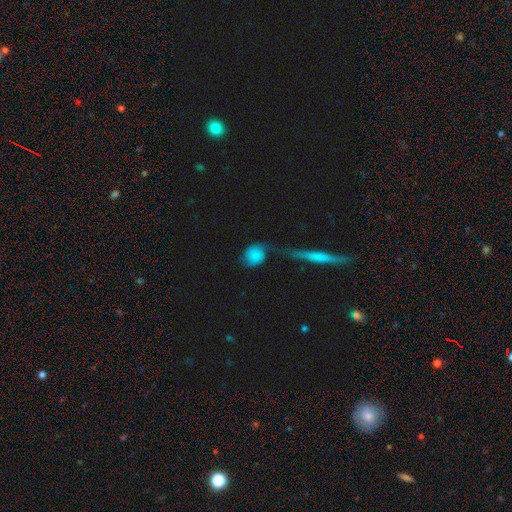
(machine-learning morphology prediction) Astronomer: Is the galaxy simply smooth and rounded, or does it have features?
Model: smooth — 64%.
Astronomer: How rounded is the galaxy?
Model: round — 68%.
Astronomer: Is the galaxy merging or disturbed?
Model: none — 39% (runner-up: minor disturbance, 21%).